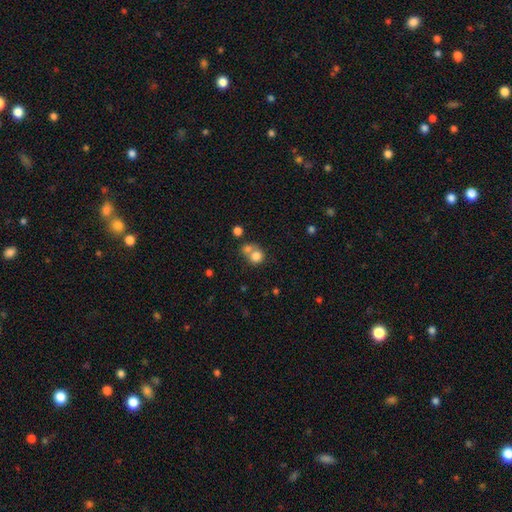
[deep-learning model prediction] smooth-or-featured: smooth: 77% | featured or disk: 12% | star or artifact: 11%
  how-rounded: round: 79% | in between: 20% | cigar-shaped: 1%
  merging: merger: 52% | none: 36% | minor disturbance: 8% | major disturbance: 5%